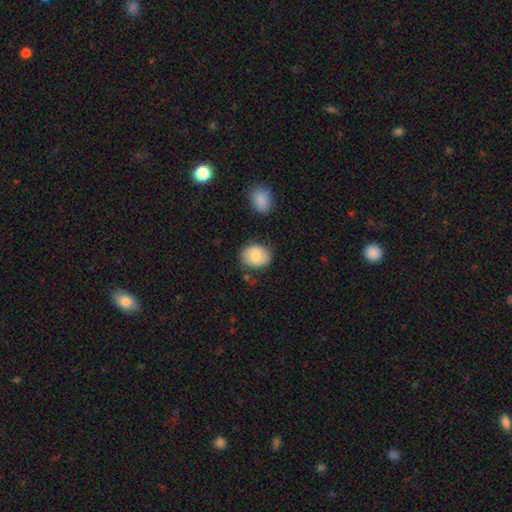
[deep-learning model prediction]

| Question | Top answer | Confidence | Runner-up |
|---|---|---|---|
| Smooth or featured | smooth | 78% | featured or disk (15%) |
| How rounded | round | 52% | in between (47%) |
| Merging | none | 78% | minor disturbance (14%) |